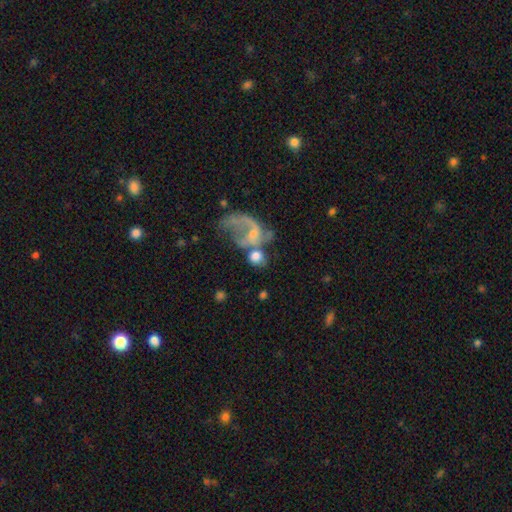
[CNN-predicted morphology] A smooth galaxy with no disk features (53%) that is round (60%).

Vote fractions:
- Smooth or featured? smooth: 53% / featured or disk: 37% / star or artifact: 10%
- How rounded? round: 60% / in between: 38% / cigar-shaped: 2%
- Merging? merger: 41% / none: 26% / major disturbance: 22% / minor disturbance: 11%